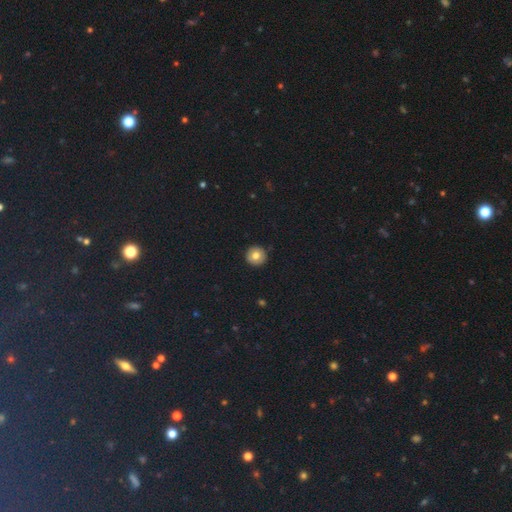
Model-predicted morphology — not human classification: smooth_or_featured: smooth (p=0.77) [alt: featured or disk p=0.12]
how_rounded: round (p=0.95) [alt: in between p=0.04]
merging: none (p=0.92) [alt: minor disturbance p=0.05]